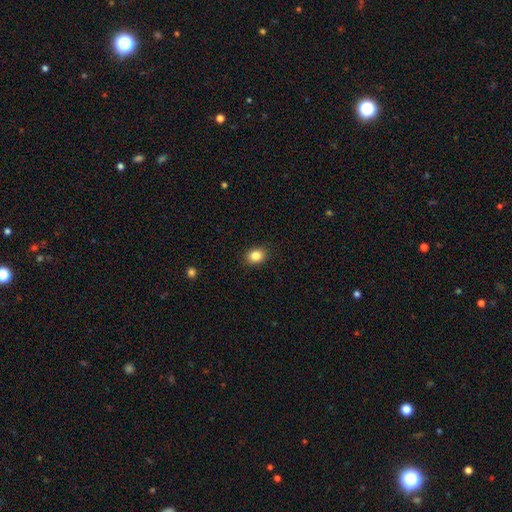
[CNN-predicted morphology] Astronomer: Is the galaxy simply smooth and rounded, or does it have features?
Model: smooth — 85%.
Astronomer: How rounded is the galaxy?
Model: in between — 50% (runner-up: round, 49%).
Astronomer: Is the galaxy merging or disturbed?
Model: none — 89%.